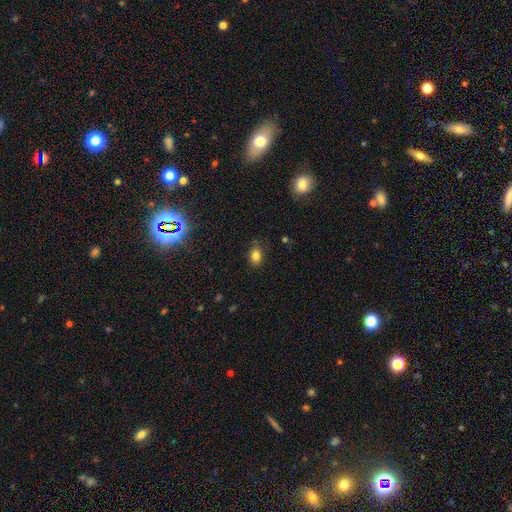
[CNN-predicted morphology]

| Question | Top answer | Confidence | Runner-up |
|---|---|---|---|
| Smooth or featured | smooth | 82% | star or artifact (12%) |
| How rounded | in between | 76% | round (23%) |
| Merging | none | 78% | minor disturbance (17%) |